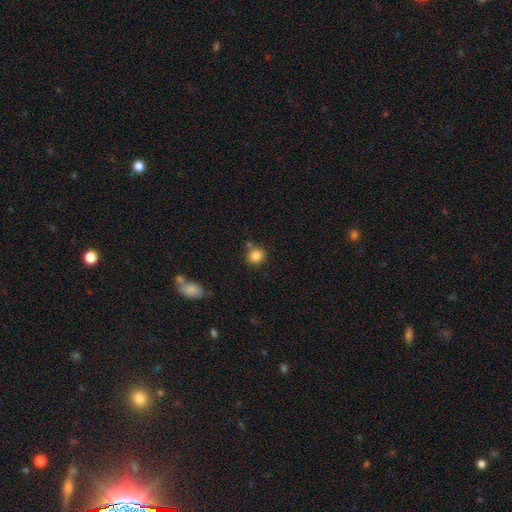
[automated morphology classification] Q: Smooth or featured?
A: smooth (85%); runner-up: star or artifact (10%)
Q: How rounded?
A: round (83%); runner-up: in between (16%)
Q: Merging?
A: none (73%); runner-up: minor disturbance (13%)